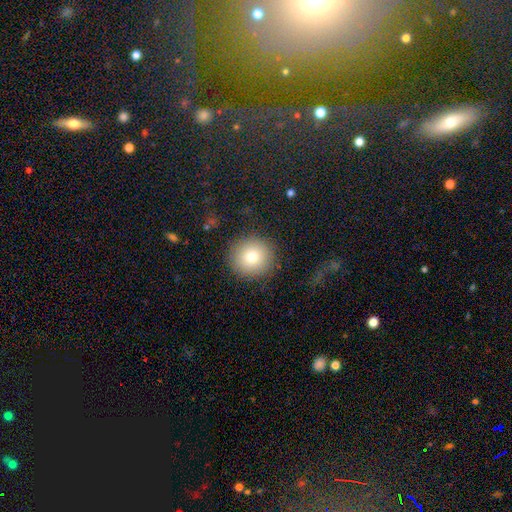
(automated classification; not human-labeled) A smooth galaxy with no disk features (79%) that is round (92%). Merging: none (87%).